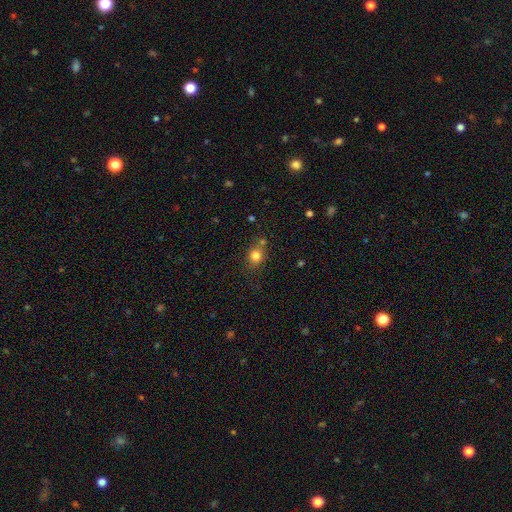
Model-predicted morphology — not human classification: This is clearly a smooth galaxy (80%). How rounded: likely round (73%). Merging: likely none (68%).